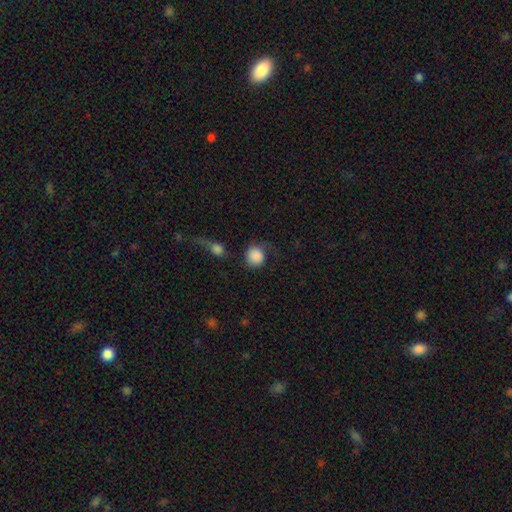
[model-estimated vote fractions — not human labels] smooth-or-featured: smooth: 82% | featured or disk: 10% | star or artifact: 8%
  how-rounded: round: 88% | in between: 11% | cigar-shaped: 1%
  merging: none: 47% | major disturbance: 20% | minor disturbance: 18% | merger: 16%